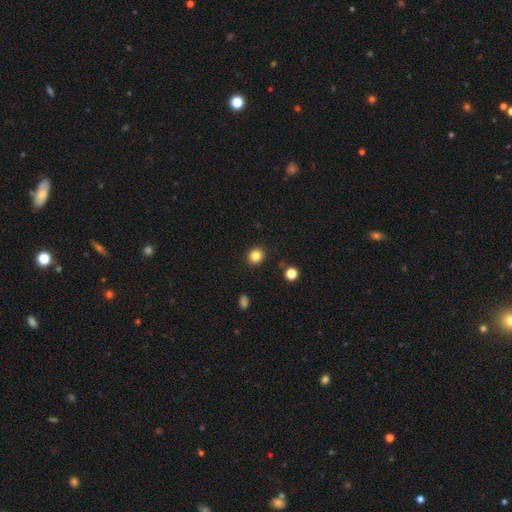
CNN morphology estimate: type=smooth (84%); roundness=round (79%); merging=none (91%).